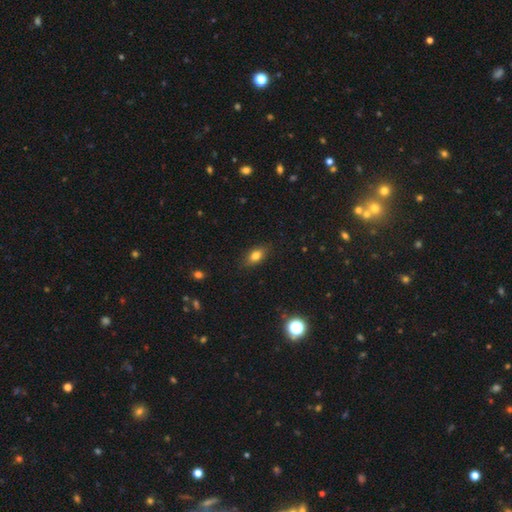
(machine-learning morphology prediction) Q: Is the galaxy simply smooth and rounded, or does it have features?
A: smooth — 79%.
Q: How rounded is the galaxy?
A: in between — 82%.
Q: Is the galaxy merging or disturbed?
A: none — 85%.